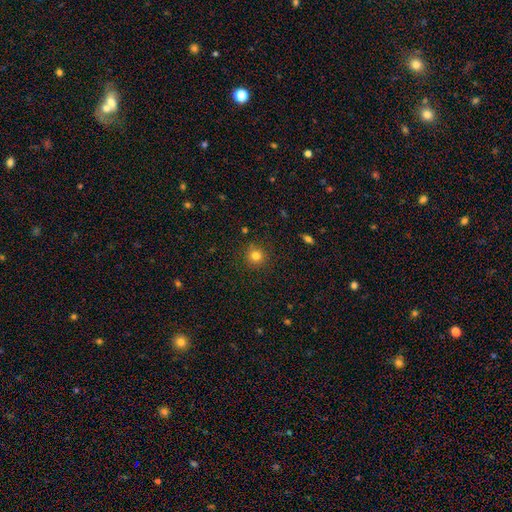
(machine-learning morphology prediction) A smooth galaxy with no disk features (80%) that is round (93%).

Vote fractions:
- Smooth or featured? smooth: 80% / star or artifact: 14% / featured or disk: 6%
- How rounded? round: 93% / in between: 6% / cigar-shaped: 1%
- Merging? none: 88% / minor disturbance: 7% / major disturbance: 2% / merger: 2%